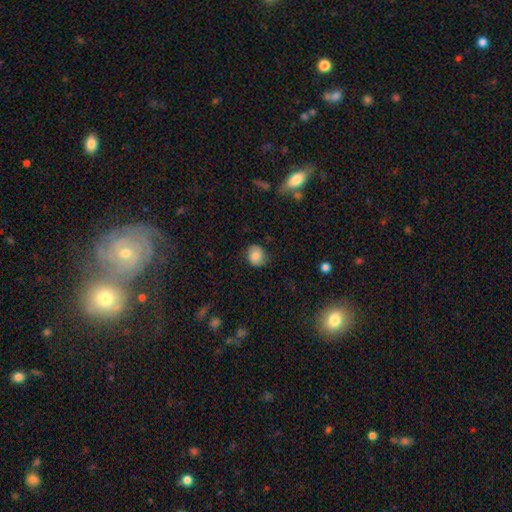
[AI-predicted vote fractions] A smooth galaxy with no disk features (73%) that is round (68%). Merging: none (72%).